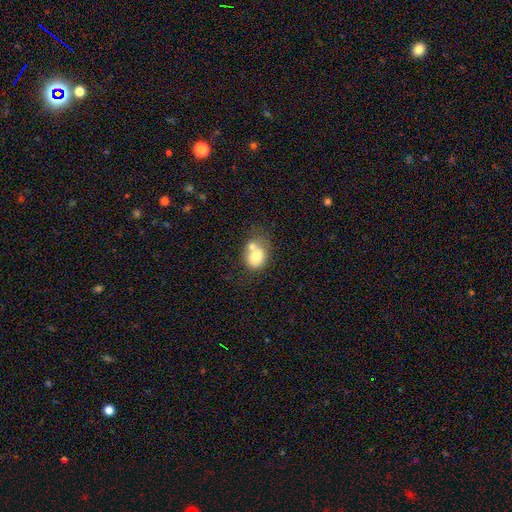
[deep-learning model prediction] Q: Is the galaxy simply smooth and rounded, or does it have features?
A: smooth — 72%.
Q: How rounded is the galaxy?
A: round — 55%.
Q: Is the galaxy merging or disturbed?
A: merger — 46%.